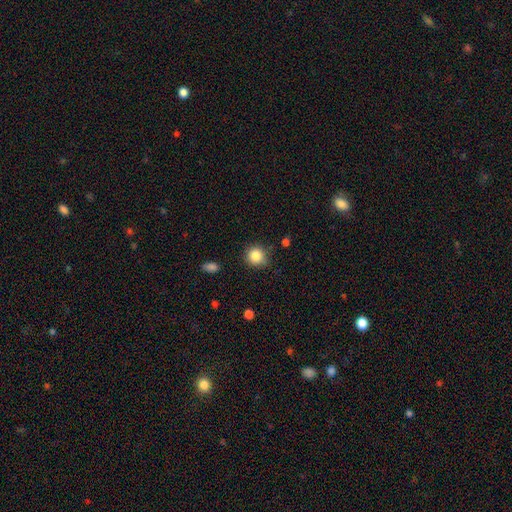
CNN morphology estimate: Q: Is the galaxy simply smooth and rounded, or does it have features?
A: smooth — 85%.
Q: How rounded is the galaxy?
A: round — 90%.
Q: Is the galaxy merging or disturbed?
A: none — 81%.